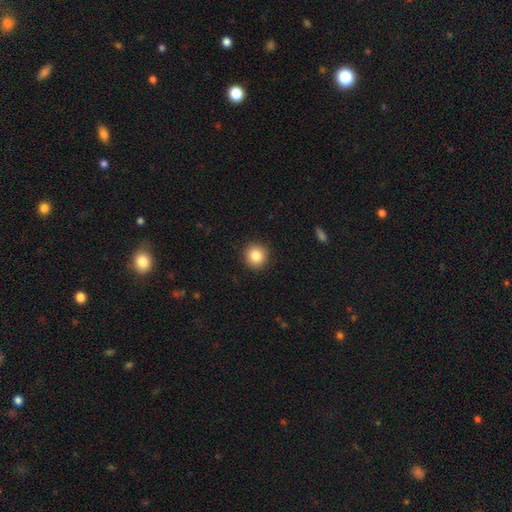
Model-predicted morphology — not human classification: smooth 84%, star or artifact 10%, featured or disk 6%. Down the decision tree: how rounded — round (93%); merging — none (92%).